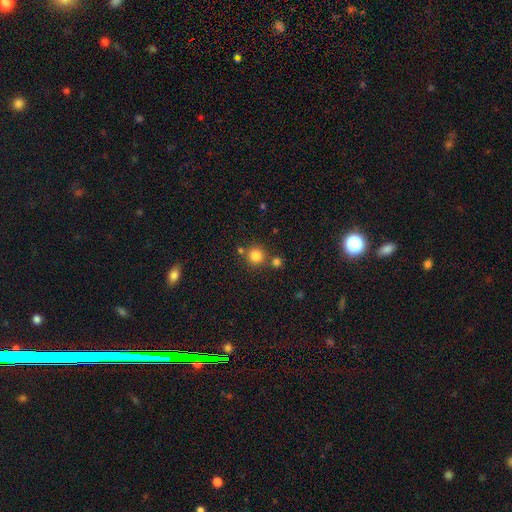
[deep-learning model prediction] Smooth or featured: smooth — 81% (star or artifact — 13%)
How rounded: round — 93% (in between — 6%)
Merging: none — 75% (merger — 14%)